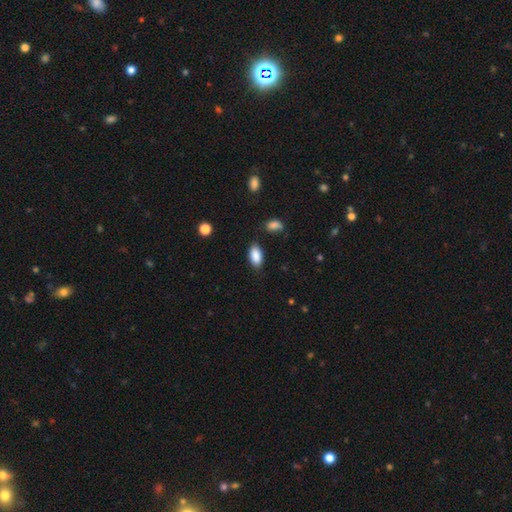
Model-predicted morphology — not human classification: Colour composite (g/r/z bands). It shows a smooth galaxy with no disk features (88%) that is in between round and cigar-shaped (92%). Merging: none (82%).